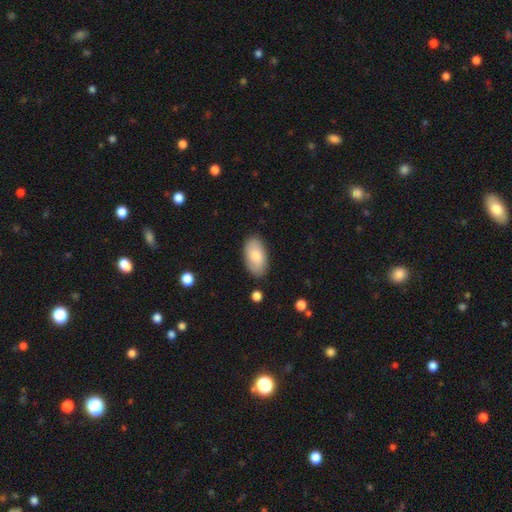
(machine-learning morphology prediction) This appears to be a smooth galaxy with no disk features (79%) that is in between round and cigar-shaped (95%). Merging: none (85%).